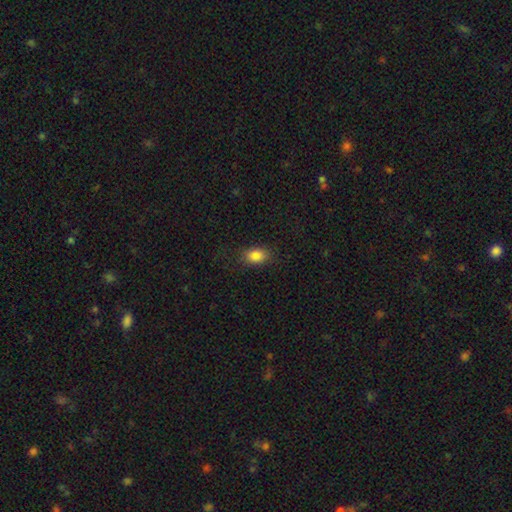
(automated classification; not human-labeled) Smooth or featured? Predicted: smooth (p=0.86). How rounded? Predicted: in between (p=0.82). Merging? Predicted: none (p=0.84).